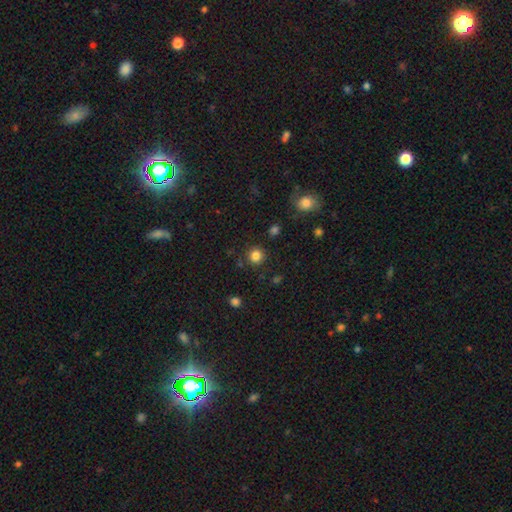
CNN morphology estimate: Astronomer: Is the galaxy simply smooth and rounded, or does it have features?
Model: smooth — 83%.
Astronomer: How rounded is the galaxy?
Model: round — 92%.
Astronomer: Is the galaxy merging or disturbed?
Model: none — 88%.